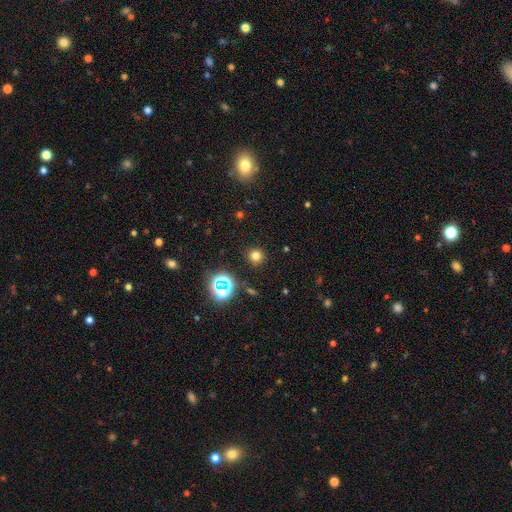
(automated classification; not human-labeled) Q: Smooth or featured?
A: smooth (72%); runner-up: star or artifact (22%)
Q: How rounded?
A: round (94%); runner-up: in between (5%)
Q: Merging?
A: none (90%); runner-up: minor disturbance (6%)